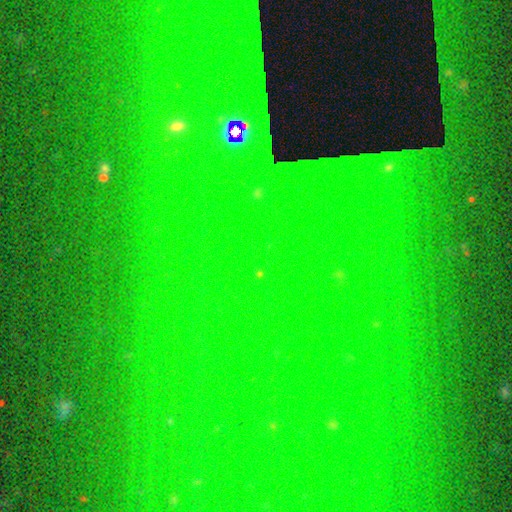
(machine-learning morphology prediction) Smooth or featured? Predicted: star or artifact (p=0.80).